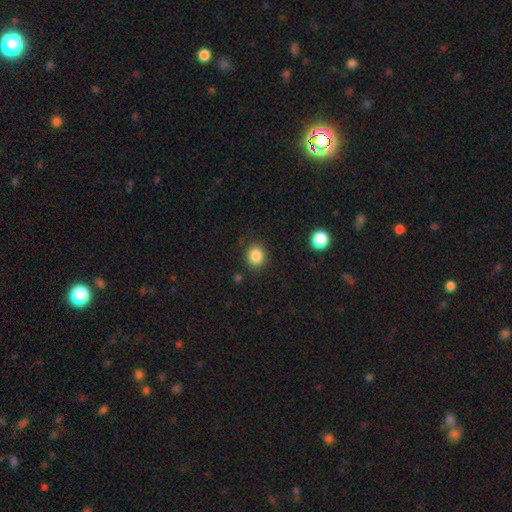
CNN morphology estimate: Q: Smooth or featured?
A: smooth (86%); runner-up: star or artifact (10%)
Q: How rounded?
A: round (79%); runner-up: in between (20%)
Q: Merging?
A: none (86%); runner-up: minor disturbance (9%)